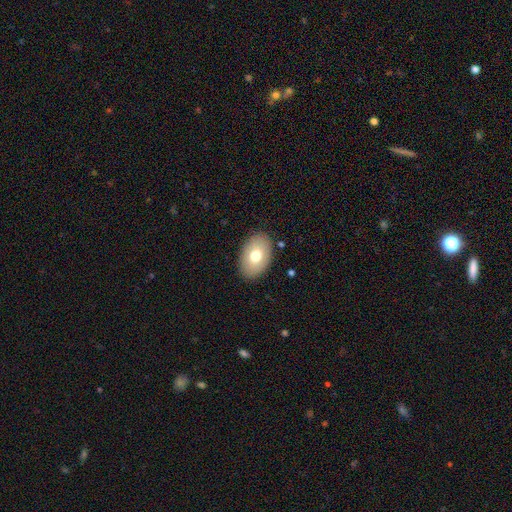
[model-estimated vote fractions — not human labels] Q: Smooth or featured?
A: smooth (72%); runner-up: featured or disk (21%)
Q: How rounded?
A: in between (90%); runner-up: round (9%)
Q: Merging?
A: none (87%); runner-up: minor disturbance (9%)